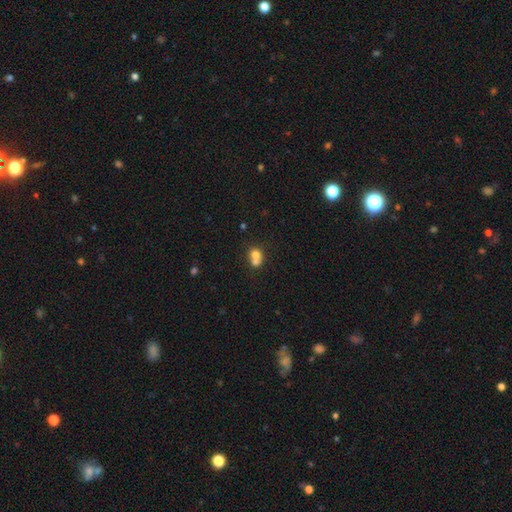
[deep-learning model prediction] A smooth galaxy with no disk features (70%) that is round (69%).

Vote fractions:
- Smooth or featured? smooth: 70% / featured or disk: 19% / star or artifact: 11%
- How rounded? round: 69% / in between: 30% / cigar-shaped: 1%
- Merging? merger: 66% / none: 26% / minor disturbance: 6% / major disturbance: 3%